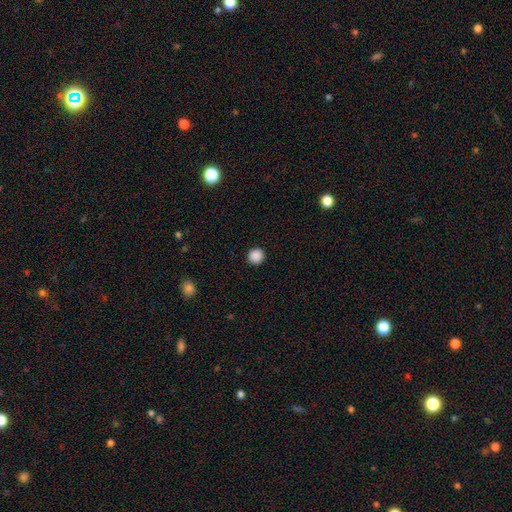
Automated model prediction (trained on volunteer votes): smooth-or-featured: smooth: 89% | star or artifact: 9% | featured or disk: 2%
  how-rounded: round: 93% | in between: 6% | cigar-shaped: 1%
  merging: none: 93% | minor disturbance: 5% | major disturbance: 2% | merger: 1%